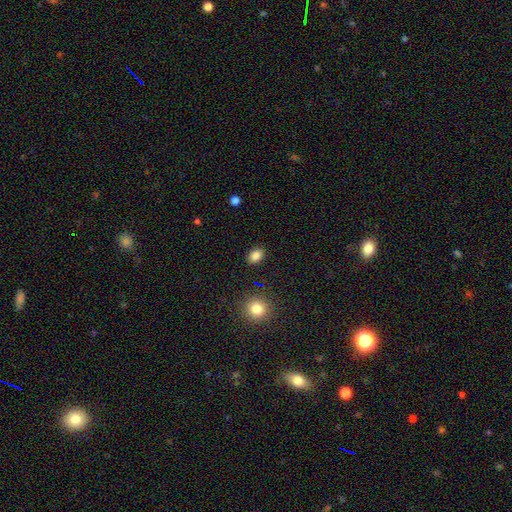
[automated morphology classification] smooth 85%, star or artifact 10%, featured or disk 5%. Down the decision tree: how rounded — in between (80%); merging — none (88%).